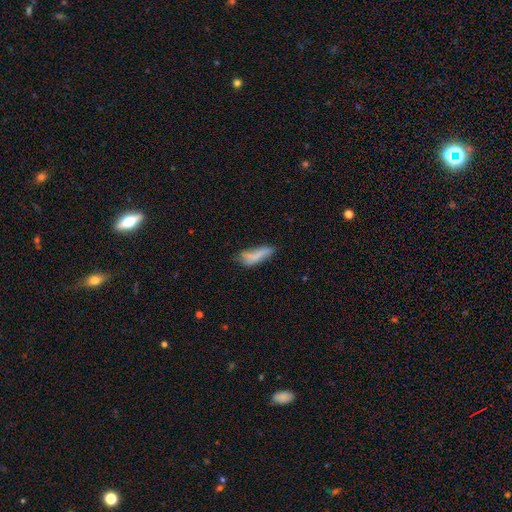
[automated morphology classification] type=smooth (69%); roundness=in between (52%); merging=none (39%).